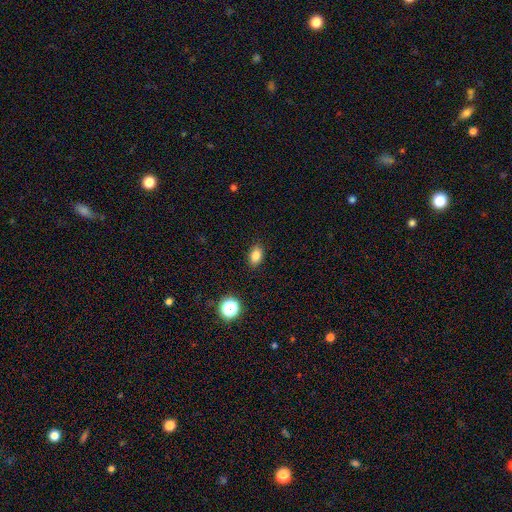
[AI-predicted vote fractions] Smooth or featured: smooth — 83% (star or artifact — 11%)
How rounded: in between — 83% (round — 15%)
Merging: none — 88% (minor disturbance — 9%)